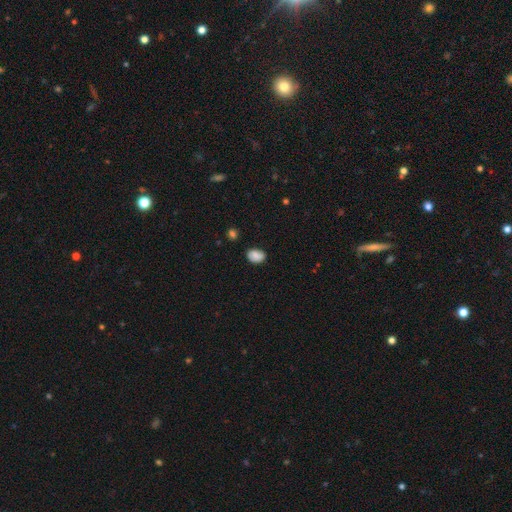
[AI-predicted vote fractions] smooth-or-featured: smooth: 83% | star or artifact: 9% | featured or disk: 8%
  how-rounded: in between: 73% | round: 25% | cigar-shaped: 1%
  merging: none: 77% | minor disturbance: 18% | major disturbance: 3% | merger: 2%